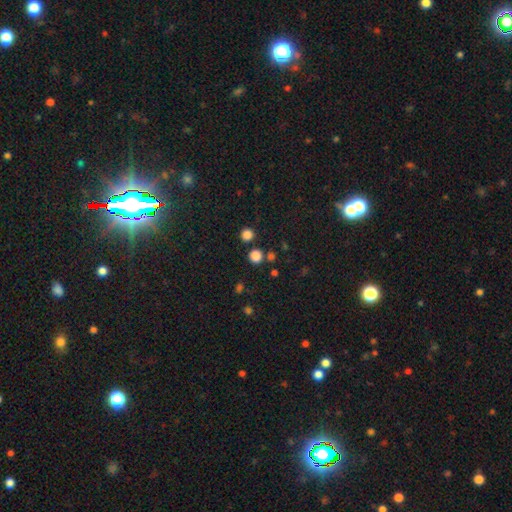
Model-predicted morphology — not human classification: Smooth or featured?
  - smooth: 81% *
  - star or artifact: 15%
  - featured or disk: 4%
How rounded?
  - round: 90% *
  - in between: 9%
  - cigar-shaped: 1%
Merging?
  - none: 81% *
  - merger: 9%
  - minor disturbance: 7%
  - major disturbance: 3%